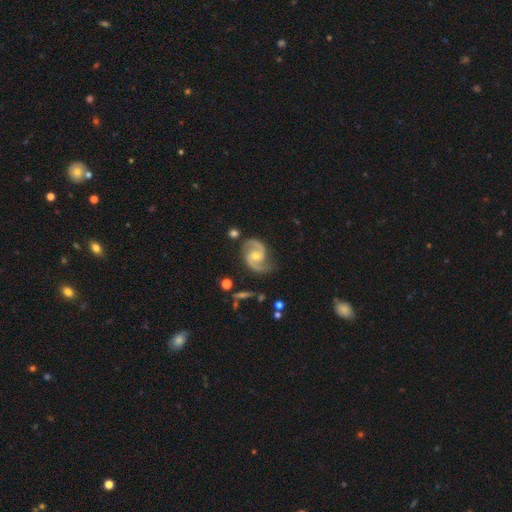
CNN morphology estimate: Overall: featured or disk (91%). Edge-on disk: no (98%). Bar: no (55%; weak 37%). Spiral arms: yes (98%). Spiral arm count: 2 (94%). Spiral winding: medium (60%; loose 21%). Bulge size: moderate (60%; small 34%). Merging: none (79%).